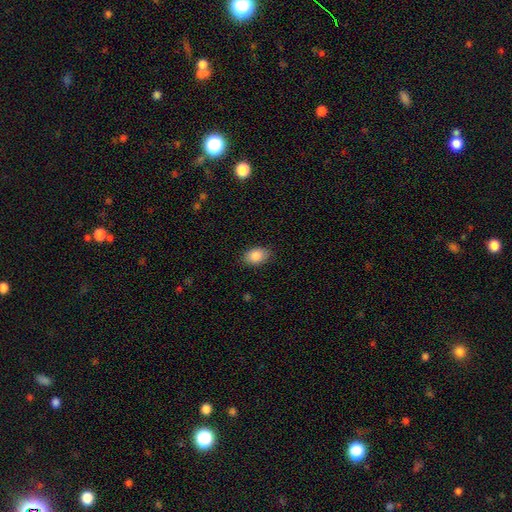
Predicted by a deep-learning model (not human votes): Smooth or featured? Predicted: smooth (p=0.87). How rounded? Predicted: in between (p=0.83). Merging? Predicted: none (p=0.86).